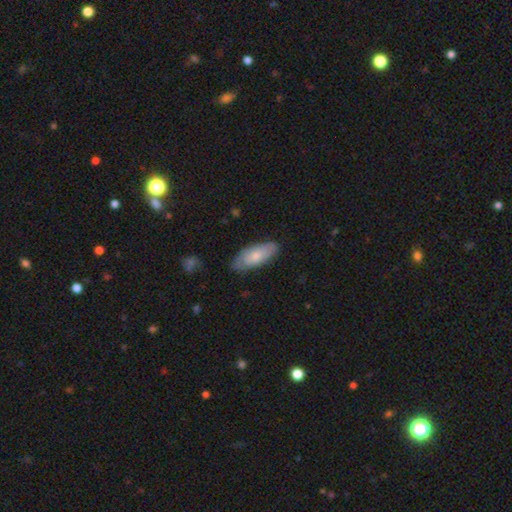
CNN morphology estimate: This is likely a smooth galaxy (69%). How rounded: clearly in between (81%). Merging: likely none (75%).